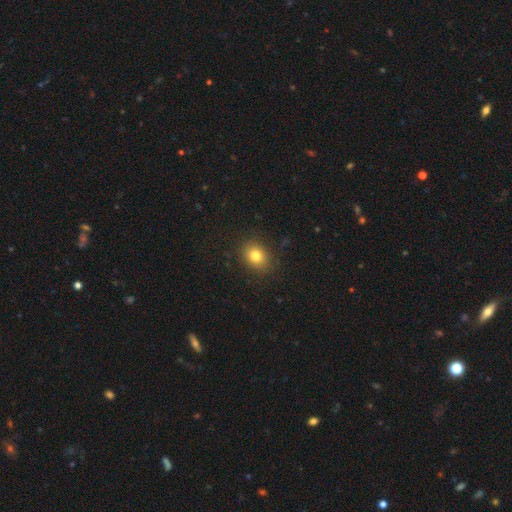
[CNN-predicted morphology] smooth 81%, star or artifact 11%, featured or disk 8%. Down the decision tree: how rounded — round (51%); merging — none (87%).